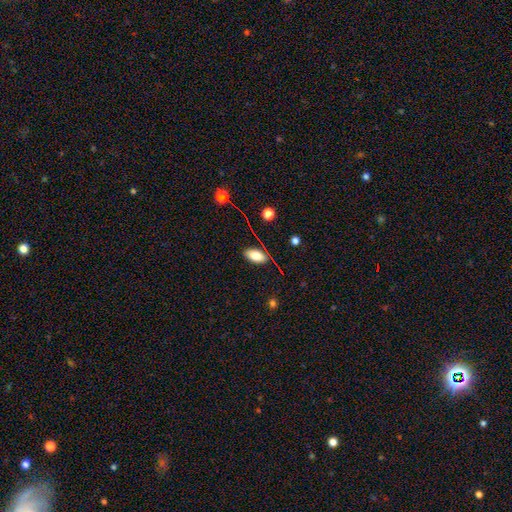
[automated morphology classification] A smooth galaxy with no disk features (78%) that is in between round and cigar-shaped (91%). Merging: none (80%).